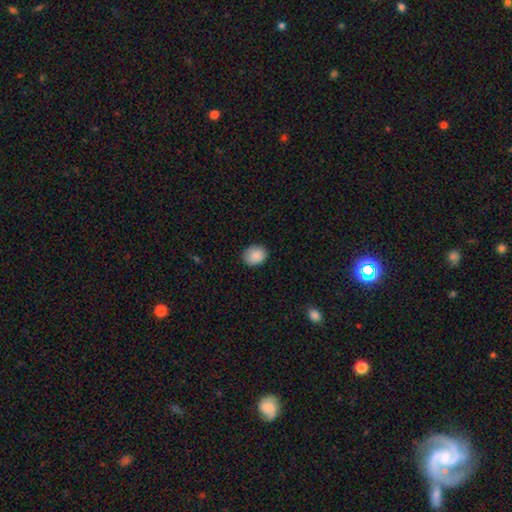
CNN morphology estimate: smooth 88%, star or artifact 8%, featured or disk 4%. Down the decision tree: how rounded — round (62%); merging — none (83%).